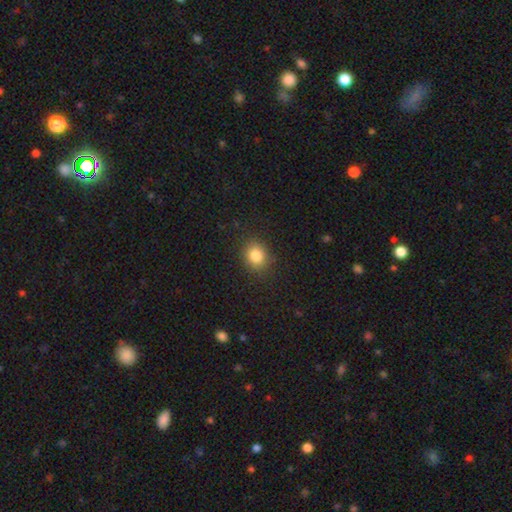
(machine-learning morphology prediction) Overall: smooth (84%). How rounded: round (67%; in between 32%). Merging: none (87%).